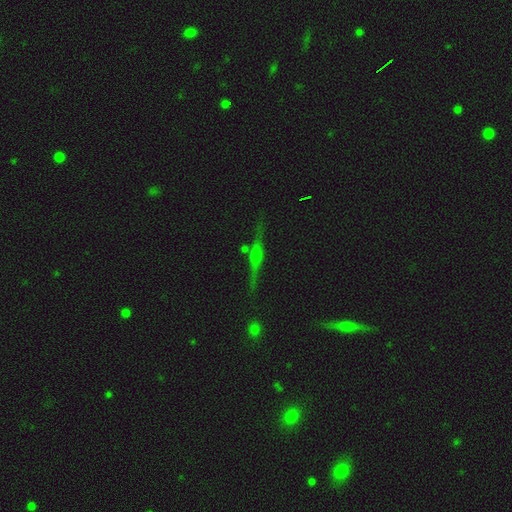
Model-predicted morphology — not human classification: This appears to be a featured or disk galaxy (71%) viewed edge-on (96%) with a rounded central bulge (79%). Merging: none (82%).